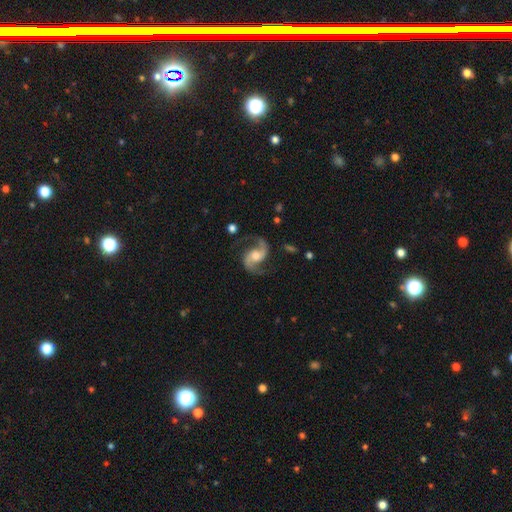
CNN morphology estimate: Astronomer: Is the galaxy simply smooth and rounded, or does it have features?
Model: featured or disk — 91%.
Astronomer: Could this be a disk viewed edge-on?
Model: no — 98%.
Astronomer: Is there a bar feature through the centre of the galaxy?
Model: no — 47% (runner-up: weak, 37%).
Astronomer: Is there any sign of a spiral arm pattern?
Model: yes — 98%.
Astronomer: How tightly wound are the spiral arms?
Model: loose — 46%, tied with medium at 46%.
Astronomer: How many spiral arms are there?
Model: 2 — 94%.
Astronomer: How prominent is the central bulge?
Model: moderate — 59%.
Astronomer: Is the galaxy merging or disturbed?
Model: none — 79%.